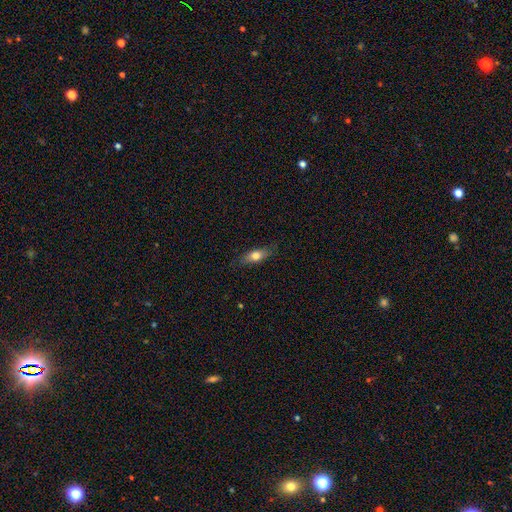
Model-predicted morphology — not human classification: smooth-or-featured: smooth: 70% | featured or disk: 23% | star or artifact: 7%
  how-rounded: in between: 66% | cigar-shaped: 30% | round: 4%
  merging: none: 82% | minor disturbance: 14% | major disturbance: 3% | merger: 1%